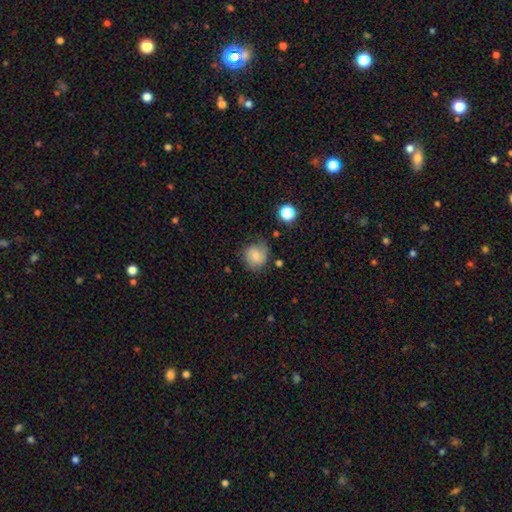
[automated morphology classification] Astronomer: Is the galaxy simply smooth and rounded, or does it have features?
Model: smooth — 64%.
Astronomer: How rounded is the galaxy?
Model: round — 76%.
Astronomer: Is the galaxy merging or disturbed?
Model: none — 63%.